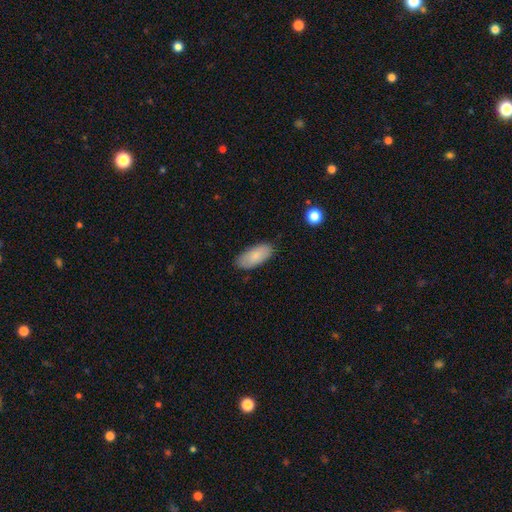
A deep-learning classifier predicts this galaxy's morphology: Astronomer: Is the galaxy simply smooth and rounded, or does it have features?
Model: smooth — 81%.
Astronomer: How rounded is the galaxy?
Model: in between — 90%.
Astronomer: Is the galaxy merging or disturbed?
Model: none — 84%.